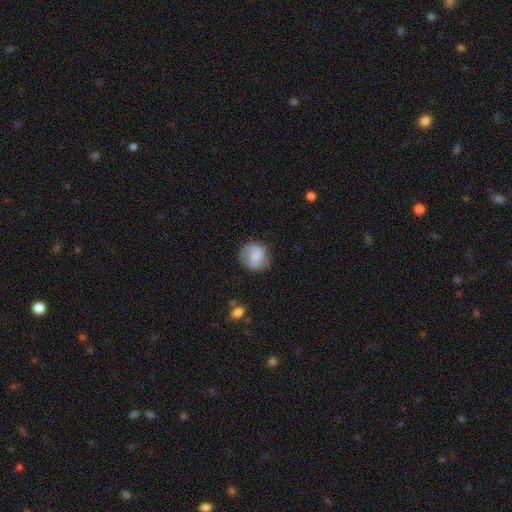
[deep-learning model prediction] Overall: smooth (55%; featured or disk 37%). How rounded: round (79%). Merging: none (66%).